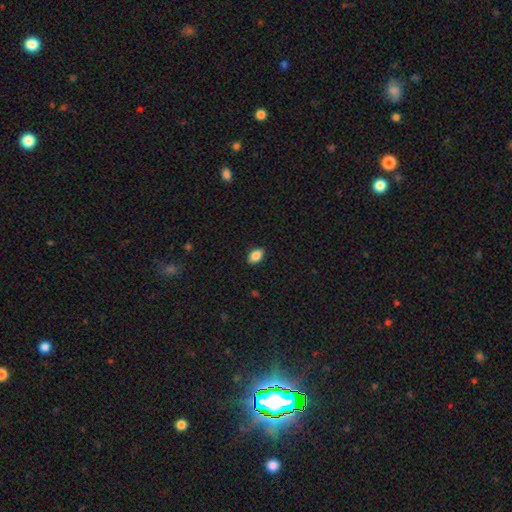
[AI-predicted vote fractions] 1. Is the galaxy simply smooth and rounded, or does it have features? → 86% smooth, 8% star or artifact, 5% featured or disk.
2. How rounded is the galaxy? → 86% in between, 12% round, 2% cigar-shaped.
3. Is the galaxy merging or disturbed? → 87% none, 10% minor disturbance, 2% major disturbance, 1% merger.